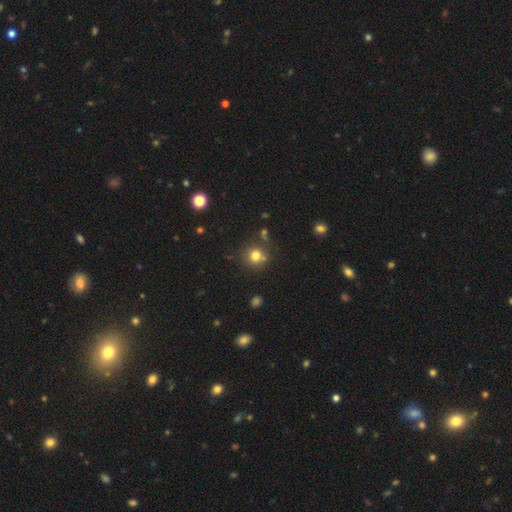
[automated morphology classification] Smooth or featured: smooth — 77% (star or artifact — 15%)
How rounded: round — 91% (in between — 8%)
Merging: none — 75% (merger — 11%)